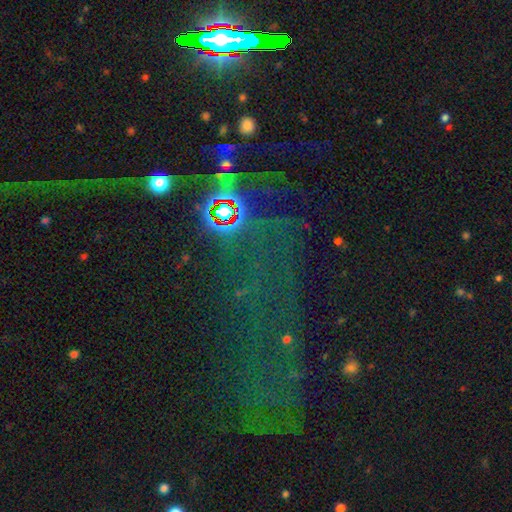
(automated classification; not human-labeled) A star or artifact, not a galaxy (73%).